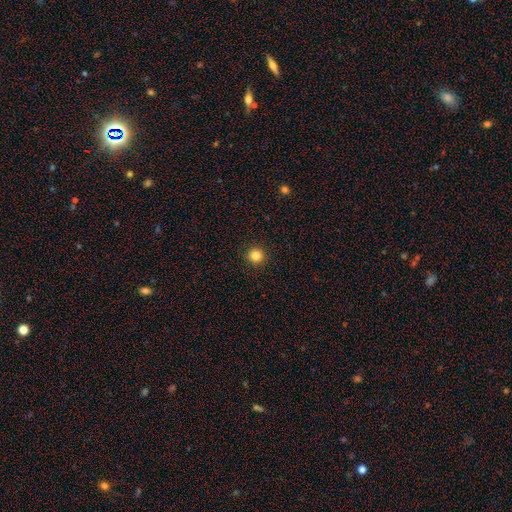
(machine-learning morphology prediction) Q: Smooth or featured?
A: smooth (84%); runner-up: star or artifact (12%)
Q: How rounded?
A: round (95%); runner-up: in between (4%)
Q: Merging?
A: none (93%); runner-up: minor disturbance (4%)